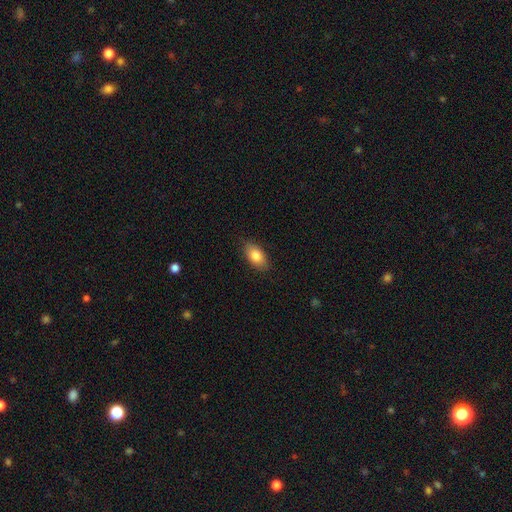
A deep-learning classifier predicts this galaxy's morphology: A smooth galaxy with no disk features (82%) that is in between round and cigar-shaped (91%).

Vote fractions:
- Smooth or featured? smooth: 82% / featured or disk: 11% / star or artifact: 7%
- How rounded? in between: 91% / round: 6% / cigar-shaped: 3%
- Merging? none: 86% / minor disturbance: 11% / major disturbance: 2% / merger: 1%